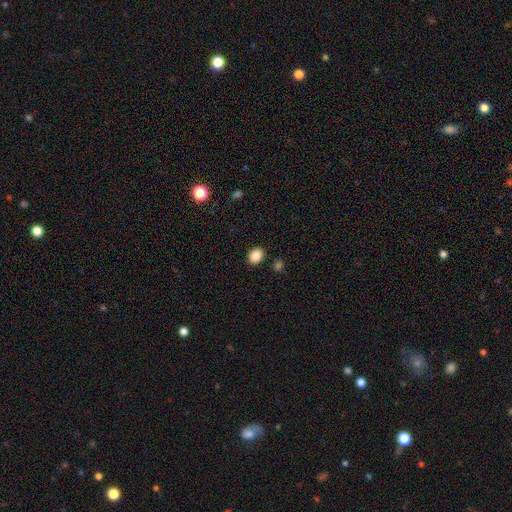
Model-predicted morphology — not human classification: smooth_or_featured: smooth (p=0.86) [alt: star or artifact p=0.09]
how_rounded: in between (p=0.54) [alt: round p=0.45]
merging: none (p=0.88) [alt: minor disturbance p=0.07]